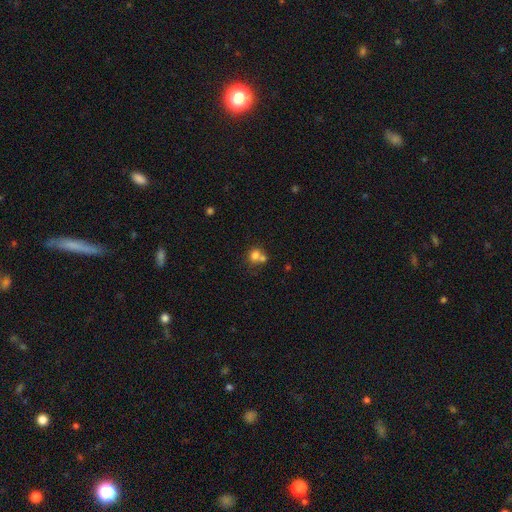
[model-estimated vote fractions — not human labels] smooth-or-featured: smooth: 75% | featured or disk: 13% | star or artifact: 12%
  how-rounded: round: 73% | in between: 26% | cigar-shaped: 1%
  merging: merger: 49% | none: 38% | minor disturbance: 9% | major disturbance: 4%